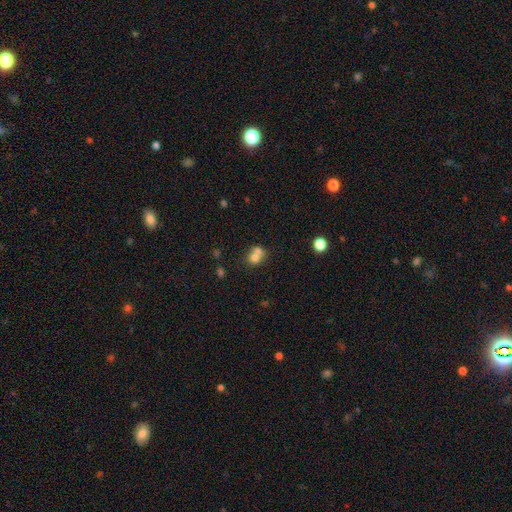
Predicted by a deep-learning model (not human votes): A smooth galaxy with no disk features (71%) that is round (72%). Merging: merger (60%).